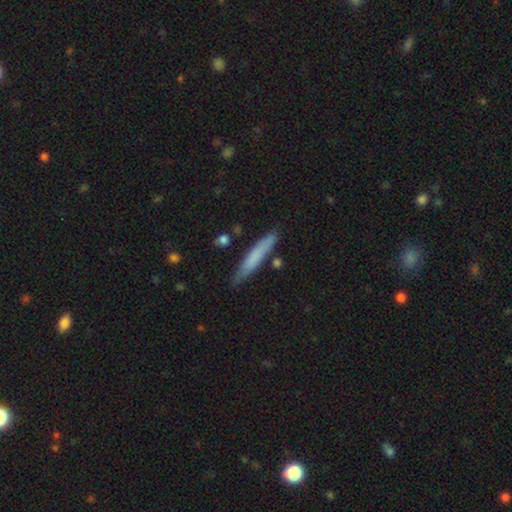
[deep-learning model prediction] smooth-or-featured: smooth: 71% | featured or disk: 24% | star or artifact: 6%
  how-rounded: cigar-shaped: 93% | in between: 5% | round: 1%
  merging: none: 82% | minor disturbance: 12% | merger: 3% | major disturbance: 2%